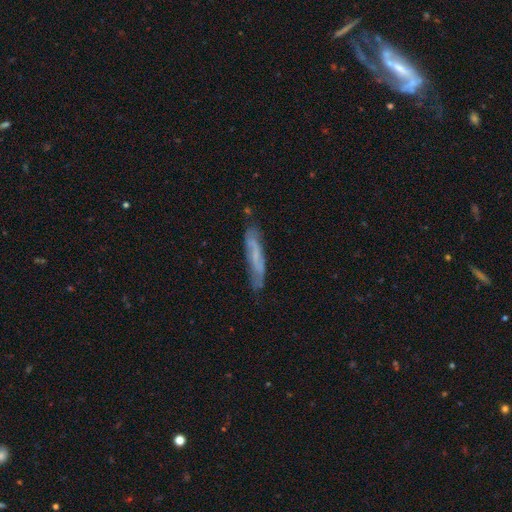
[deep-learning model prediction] smooth_or_featured: featured or disk (p=0.52) [alt: smooth p=0.40]
disk_edge_on: yes (p=0.50) [tied with: no p=0.50]
merging: none (p=0.71) [alt: minor disturbance p=0.21]